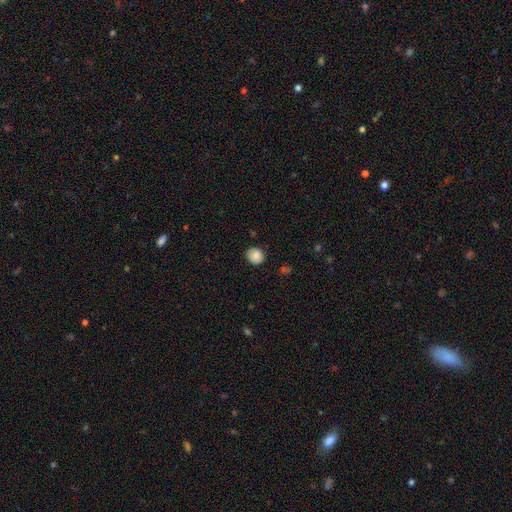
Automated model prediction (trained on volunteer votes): Smooth or featured? smooth (86%)
How rounded? round (81%)
Merging? none (84%)